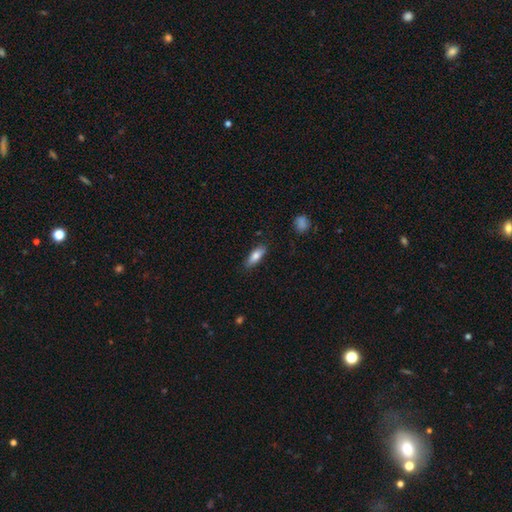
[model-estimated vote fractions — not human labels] Smooth or featured? smooth (77%)
How rounded? in between (63%)
Merging? none (84%)